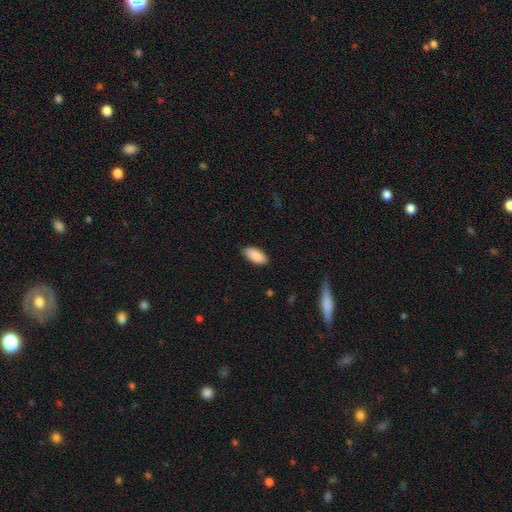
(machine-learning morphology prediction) This is clearly a smooth galaxy (90%). How rounded: clearly in between (92%). Merging: clearly none (86%).